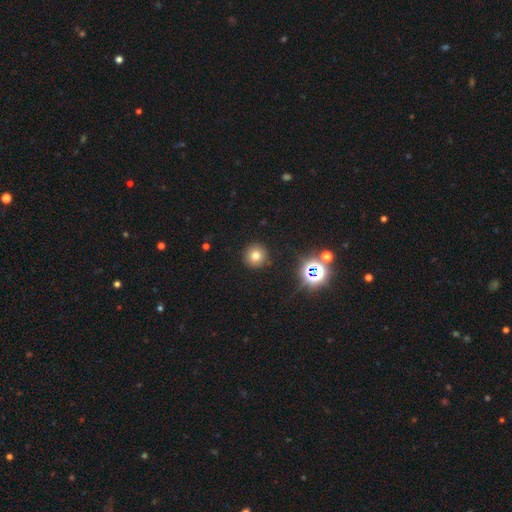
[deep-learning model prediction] smooth-or-featured: smooth: 72% | star or artifact: 19% | featured or disk: 9%
  how-rounded: round: 95% | in between: 4% | cigar-shaped: 1%
  merging: none: 91% | minor disturbance: 5% | major disturbance: 2% | merger: 2%